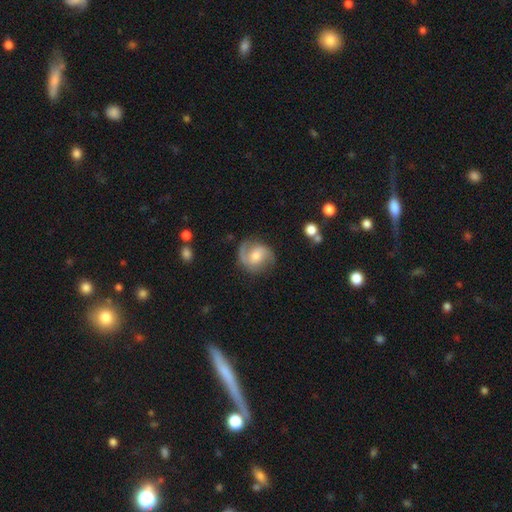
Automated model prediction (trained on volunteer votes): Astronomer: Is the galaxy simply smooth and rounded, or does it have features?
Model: featured or disk — 77%.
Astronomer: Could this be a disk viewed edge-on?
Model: no — 98%.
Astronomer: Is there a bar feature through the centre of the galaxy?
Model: no — 48% (runner-up: weak, 41%).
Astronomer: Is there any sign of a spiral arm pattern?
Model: yes — 94%.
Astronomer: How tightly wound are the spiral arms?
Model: medium — 50% (runner-up: tight, 29%).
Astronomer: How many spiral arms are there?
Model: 2 — 84%.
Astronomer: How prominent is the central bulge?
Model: moderate — 56% (runner-up: small, 33%).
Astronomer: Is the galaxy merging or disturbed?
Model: none — 74%.